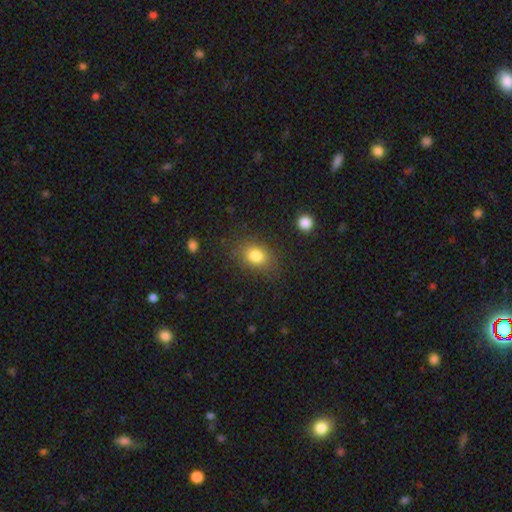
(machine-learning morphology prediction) smooth-or-featured: smooth: 82% | star or artifact: 10% | featured or disk: 8%
  how-rounded: in between: 63% | round: 36% | cigar-shaped: 1%
  merging: none: 80% | minor disturbance: 13% | major disturbance: 5% | merger: 2%